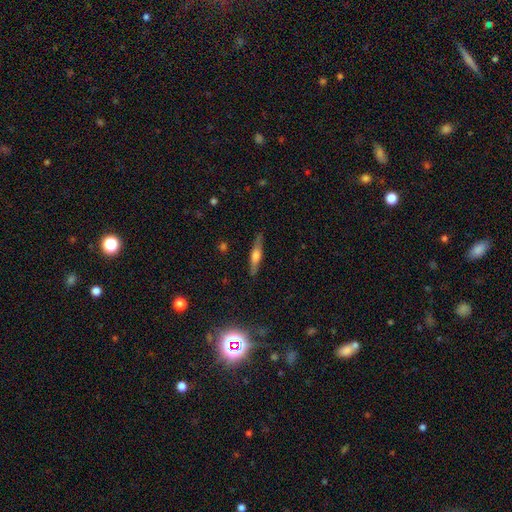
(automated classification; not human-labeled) Overall: featured or disk (58%; smooth 35%). Edge-on disk: yes (95%). Edge-on bulge: rounded (83%). Merging: none (87%).